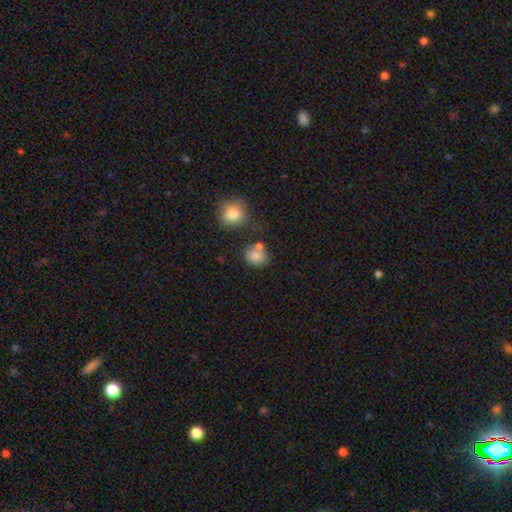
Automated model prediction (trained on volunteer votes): Q: Smooth or featured?
A: smooth (81%); runner-up: star or artifact (11%)
Q: How rounded?
A: round (70%); runner-up: in between (29%)
Q: Merging?
A: none (60%); runner-up: merger (19%)